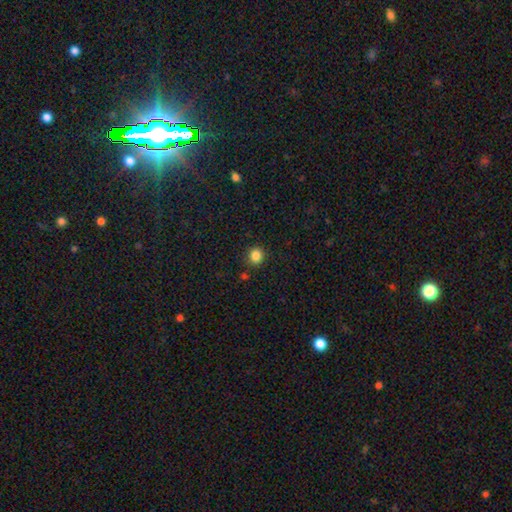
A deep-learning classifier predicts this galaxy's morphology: Overall: smooth (84%). How rounded: round (87%). Merging: none (88%).